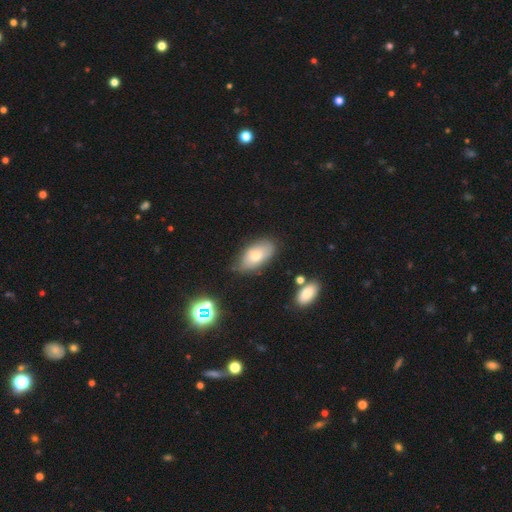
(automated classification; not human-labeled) smooth 73%, featured or disk 19%, star or artifact 8%. Down the decision tree: how rounded — in between (93%); merging — none (70%).